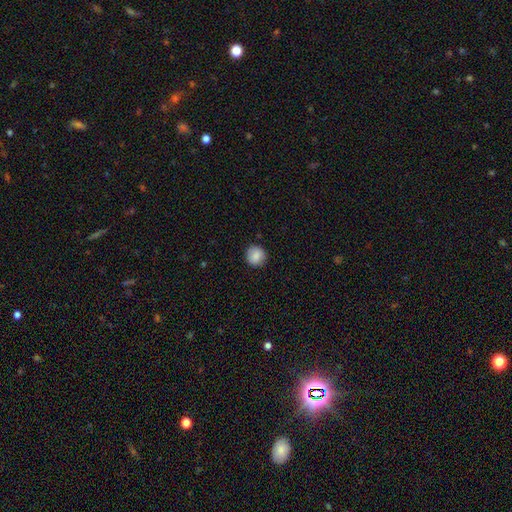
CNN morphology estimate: Smooth or featured?
  - smooth: 85% *
  - star or artifact: 8%
  - featured or disk: 7%
How rounded?
  - round: 90% *
  - in between: 9%
  - cigar-shaped: 1%
Merging?
  - none: 89% *
  - minor disturbance: 8%
  - major disturbance: 2%
  - merger: 1%